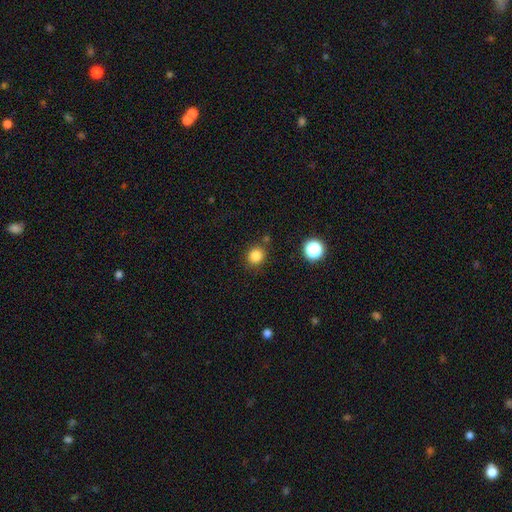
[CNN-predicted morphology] This appears to be a smooth galaxy with no disk features (83%) that is round (84%). Merging: none (83%).